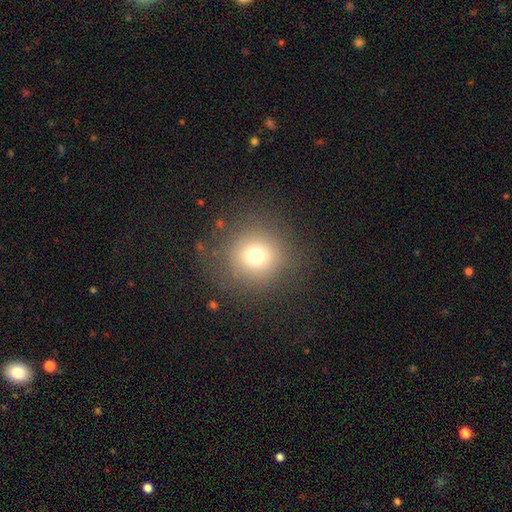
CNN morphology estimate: A smooth galaxy with no disk features (72%) that is round (94%). Merging: none (84%).